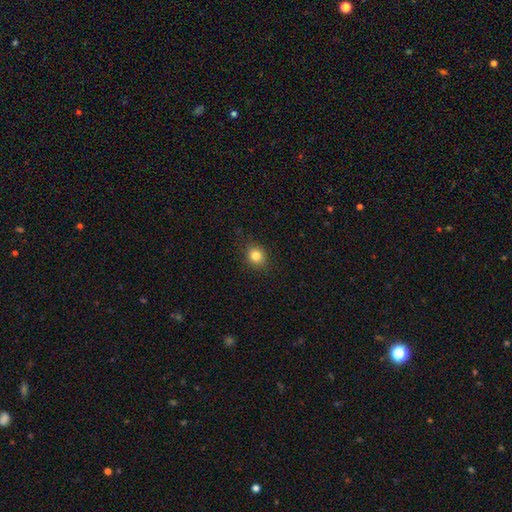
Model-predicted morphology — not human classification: This is clearly a smooth galaxy (83%). How rounded: likely round (71%). Merging: clearly none (86%).